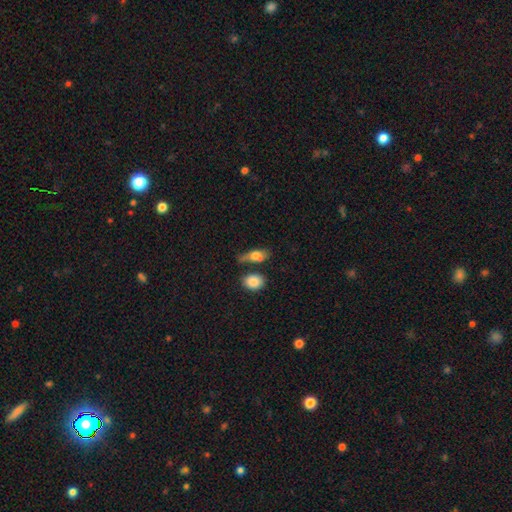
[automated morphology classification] type=smooth (72%); roundness=in between (72%); merging=none (47%).